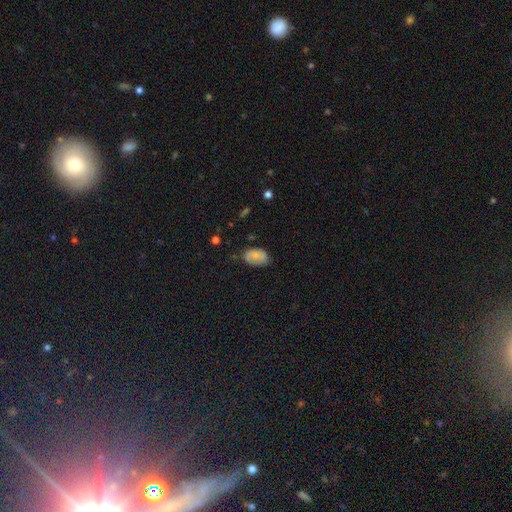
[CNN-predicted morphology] This is likely a smooth galaxy (75%). How rounded: clearly in between (90%). Merging: likely none (65%).